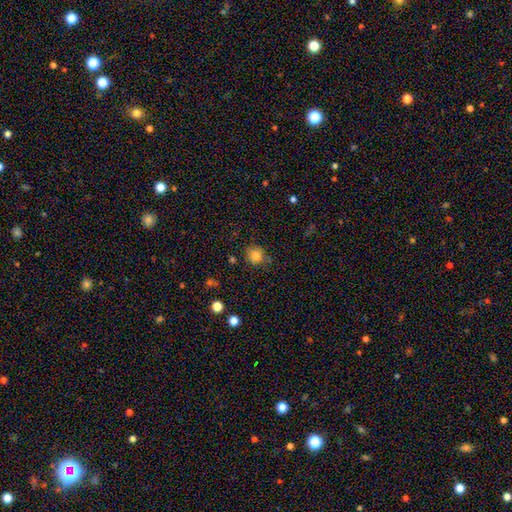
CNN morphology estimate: A smooth galaxy with no disk features (83%) that is round (88%). Merging: none (76%).